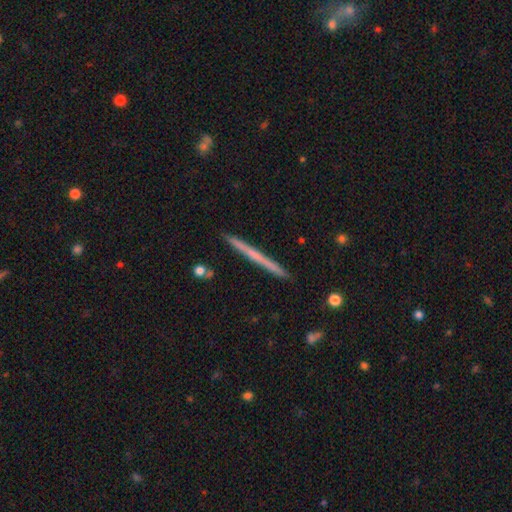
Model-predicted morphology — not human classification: smooth-or-featured: featured or disk: 53% | smooth: 41% | star or artifact: 6%
  disk-edge-on: yes: 98% | no: 2%
    edge-on-bulge: none: 84% | rounded: 13% | boxy: 4%
  merging: none: 92% | minor disturbance: 5% | merger: 1% | major disturbance: 1%